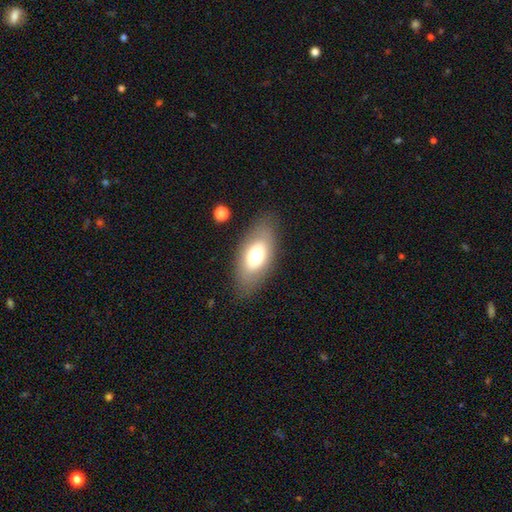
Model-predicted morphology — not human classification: A smooth galaxy with no disk features (63%) that is in between round and cigar-shaped (89%). Merging: none (81%).